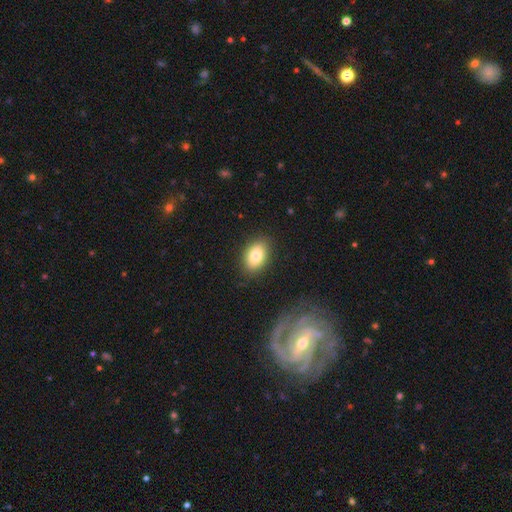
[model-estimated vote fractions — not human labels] Smooth or featured? smooth (80%)
How rounded? in between (84%)
Merging? none (85%)